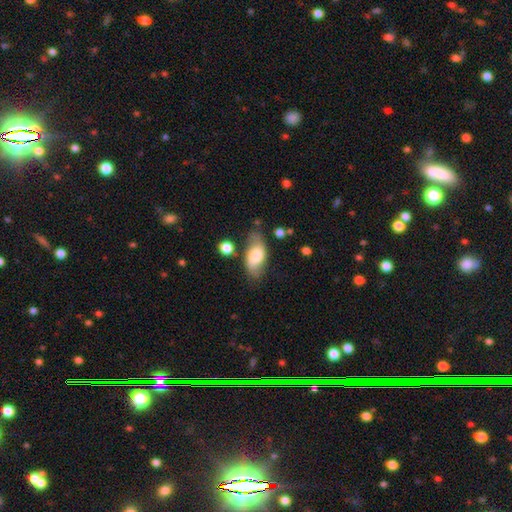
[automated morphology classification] Smooth or featured?
  - smooth: 64% *
  - featured or disk: 29%
  - star or artifact: 7%
How rounded?
  - in between: 89% *
  - cigar-shaped: 6%
  - round: 5%
Merging?
  - none: 66% *
  - minor disturbance: 22%
  - major disturbance: 7%
  - merger: 5%